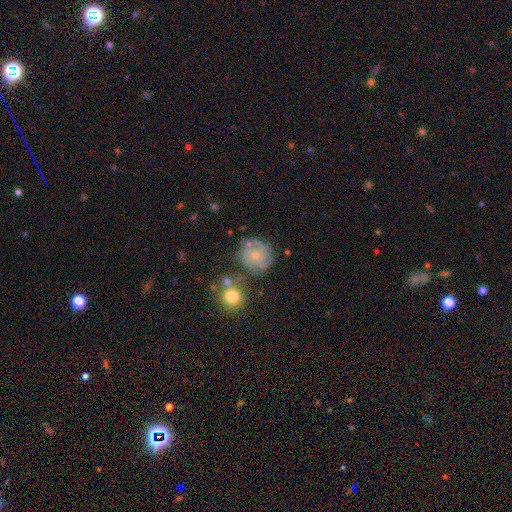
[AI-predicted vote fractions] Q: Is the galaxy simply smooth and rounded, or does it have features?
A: featured or disk — 77%.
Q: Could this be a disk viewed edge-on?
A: no — 98%.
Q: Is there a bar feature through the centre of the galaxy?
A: no — 70%.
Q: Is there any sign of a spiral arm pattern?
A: yes — 94%.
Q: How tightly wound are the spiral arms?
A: tight — 52%.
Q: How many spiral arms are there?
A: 3 — 37%.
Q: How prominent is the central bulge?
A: small — 67%.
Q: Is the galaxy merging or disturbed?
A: none — 69%.